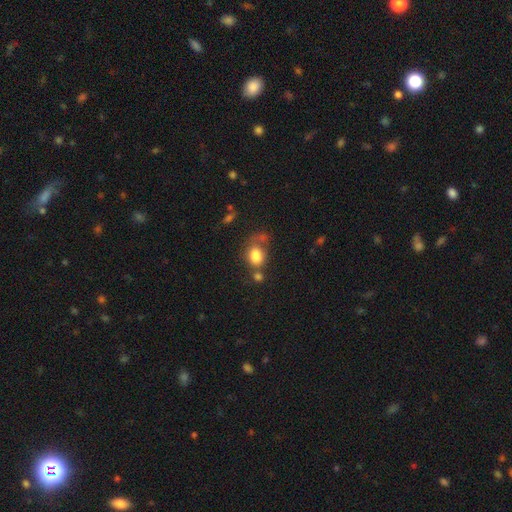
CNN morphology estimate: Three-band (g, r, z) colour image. It shows a smooth galaxy with no disk features (78%) that is in between round and cigar-shaped (70%). Merging: none (34%).